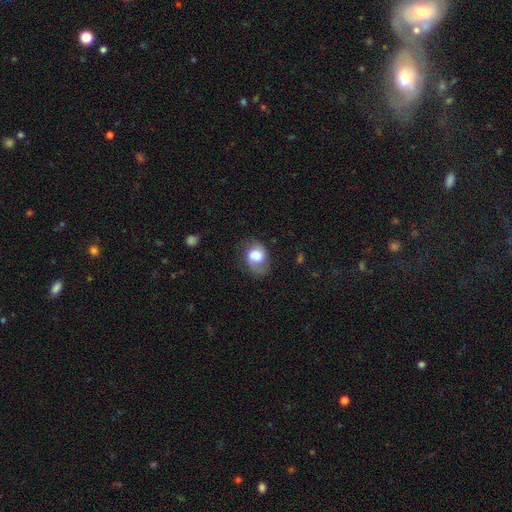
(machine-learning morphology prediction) Smooth or featured? Predicted: smooth (p=0.54). How rounded? Predicted: in between (p=0.64). Merging? Predicted: none (p=0.56).